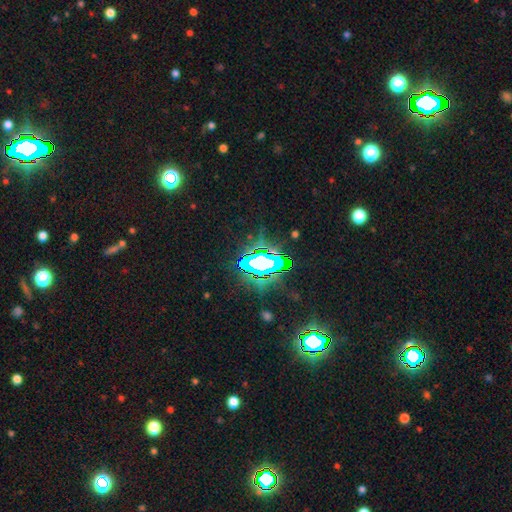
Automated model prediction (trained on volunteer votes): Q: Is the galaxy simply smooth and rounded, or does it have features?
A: star or artifact — 81%.